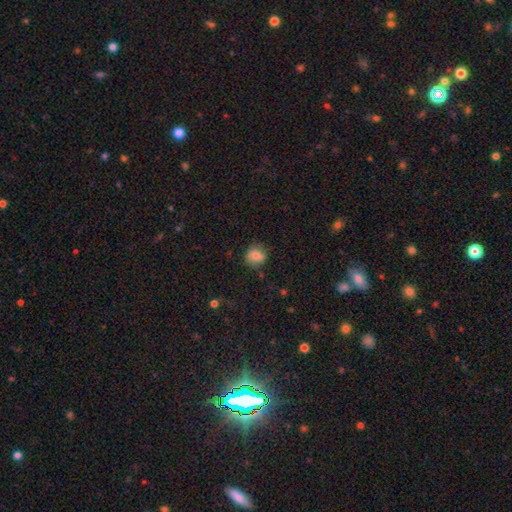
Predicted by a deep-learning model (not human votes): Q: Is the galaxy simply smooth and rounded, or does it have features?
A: smooth — 79%.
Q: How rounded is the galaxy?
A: round — 74%.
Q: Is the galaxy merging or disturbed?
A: none — 75%.